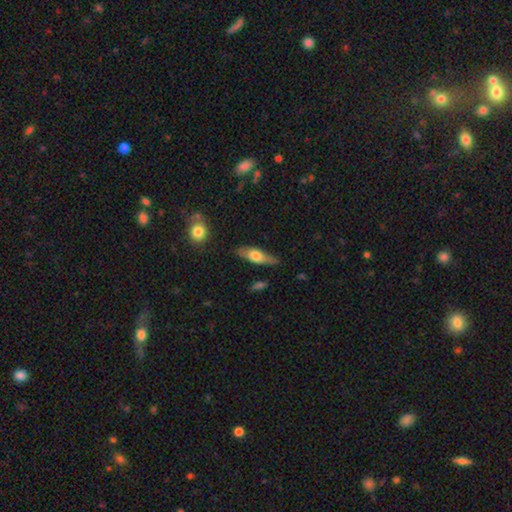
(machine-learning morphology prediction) Q: Smooth or featured?
A: smooth (55%); runner-up: featured or disk (39%)
Q: How rounded?
A: in between (51%); runner-up: cigar-shaped (45%)
Q: Merging?
A: none (76%); runner-up: minor disturbance (18%)